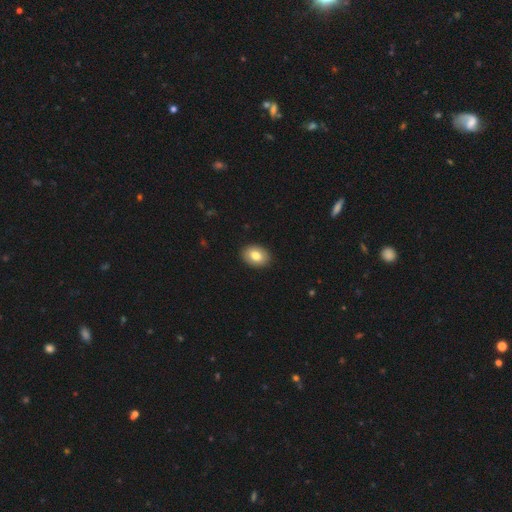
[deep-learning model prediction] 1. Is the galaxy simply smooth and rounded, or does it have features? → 80% smooth, 13% featured or disk, 7% star or artifact.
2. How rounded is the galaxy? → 73% in between, 26% round, 1% cigar-shaped.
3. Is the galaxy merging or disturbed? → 91% none, 7% minor disturbance, 2% major disturbance, 1% merger.